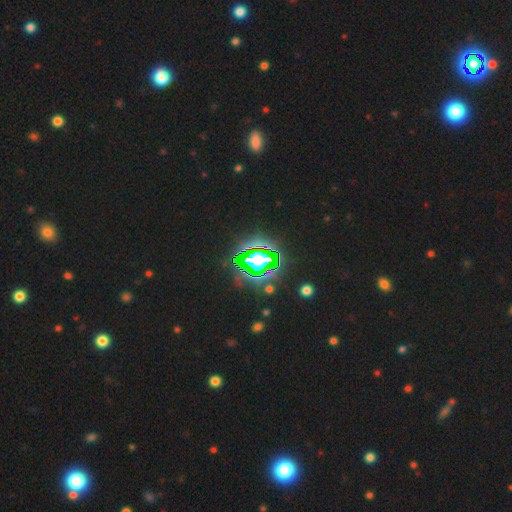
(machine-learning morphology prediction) smooth_or_featured: star or artifact (p=0.83) [alt: smooth p=0.11]